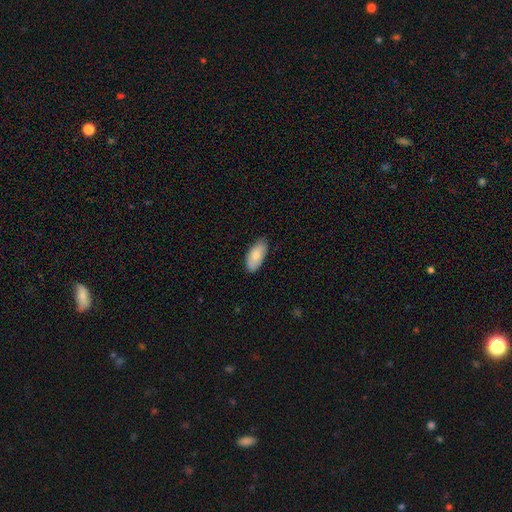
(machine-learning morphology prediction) type=smooth (81%); roundness=in between (93%); merging=none (81%).